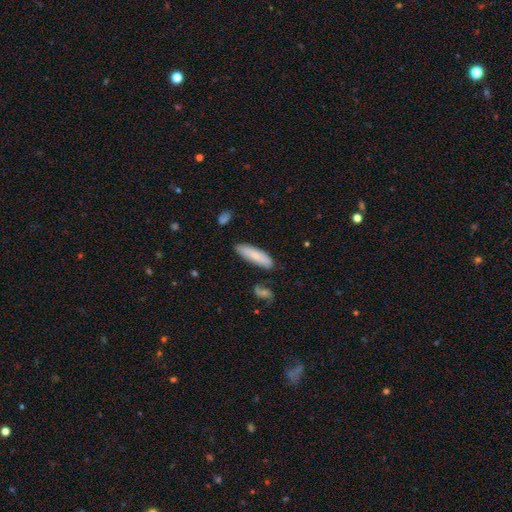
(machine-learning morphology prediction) Smooth or featured? smooth (80%)
How rounded? cigar-shaped (66%)
Merging? none (81%)